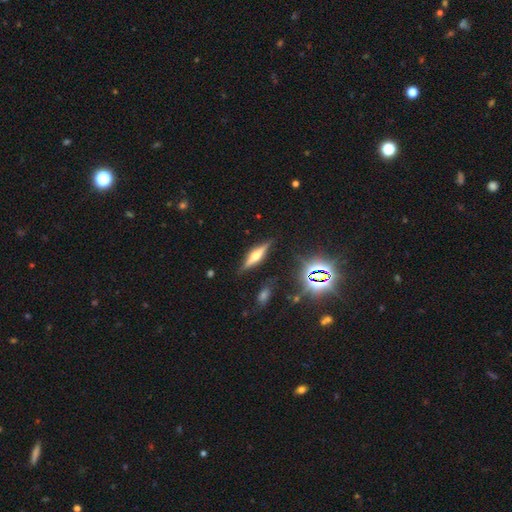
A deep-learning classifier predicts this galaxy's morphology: A featured or disk galaxy (64%) viewed edge-on (95%) with a rounded central bulge (87%).

Vote fractions:
- Smooth or featured? featured or disk: 64% / smooth: 22% / star or artifact: 13%
- Edge-on disk? yes: 95% / no: 5%
- Edge-on bulge? rounded: 87% / boxy: 10% / none: 3%
- Merging? none: 85% / minor disturbance: 10% / major disturbance: 3% / merger: 2%